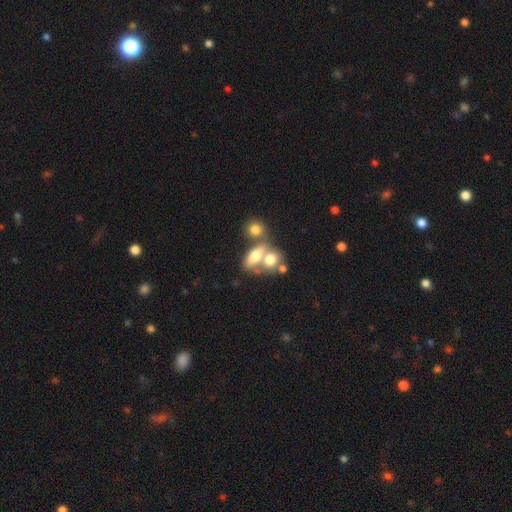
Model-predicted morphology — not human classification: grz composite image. It shows a smooth galaxy with no disk features (67%) that is in between round and cigar-shaped (73%). Merging: merger (54%).